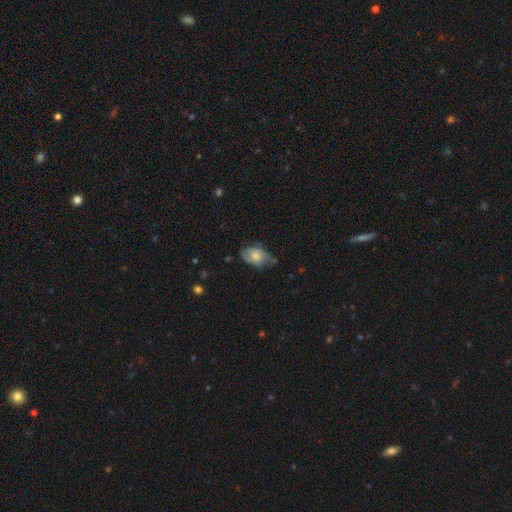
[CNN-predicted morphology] Smooth or featured?
  - featured or disk: 53% *
  - smooth: 39%
  - star or artifact: 8%
Edge-on disk?
  - no: 95% *
  - yes: 5%
Bar?
  - no: 63% *
  - weak: 32%
  - strong: 6%
Spiral arms?
  - yes: 81% *
  - no: 19%
Bulge size?
  - moderate: 40% *
  - small: 34%
  - none: 12%
  - large: 11%
  - dominant: 2%
Merging?
  - none: 54% *
  - minor disturbance: 31%
  - major disturbance: 12%
  - merger: 2%